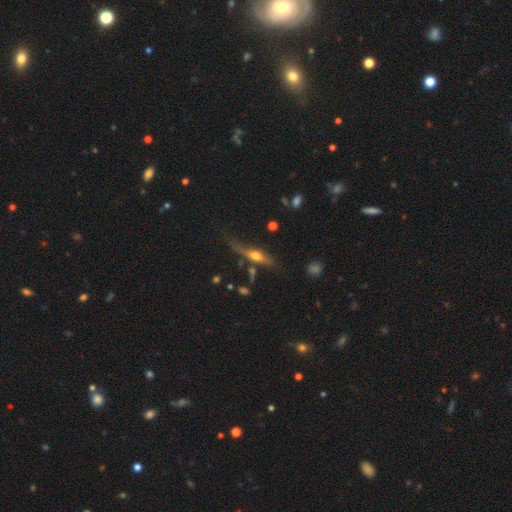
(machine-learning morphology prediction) Smooth or featured? featured or disk (60%)
Edge-on disk? yes (88%)
Edge-on bulge? rounded (91%)
Merging? none (52%)